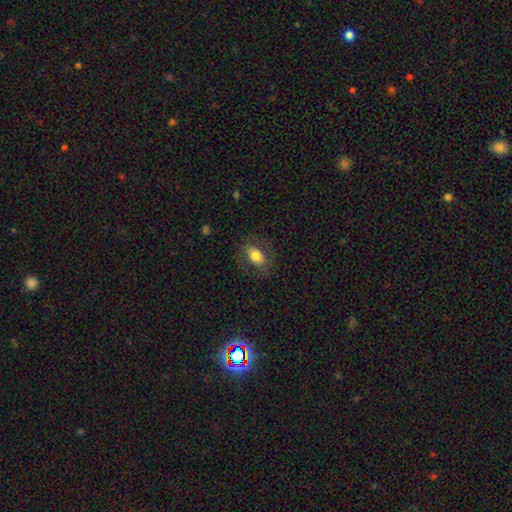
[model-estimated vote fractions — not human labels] The model was most divided on "smooth or featured": smooth: 73%, featured or disk: 19%, star or artifact: 8%. More confident: how rounded — in between (85%); merging — none (77%).